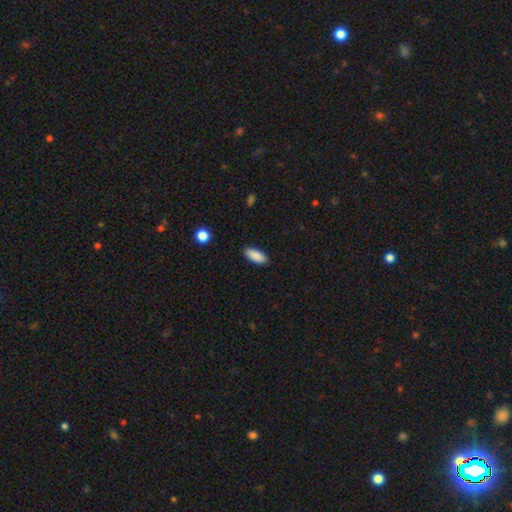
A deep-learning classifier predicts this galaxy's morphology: smooth-or-featured: smooth: 89% | star or artifact: 7% | featured or disk: 4%
  how-rounded: in between: 82% | cigar-shaped: 16% | round: 2%
  merging: none: 89% | minor disturbance: 8% | major disturbance: 2% | merger: 1%